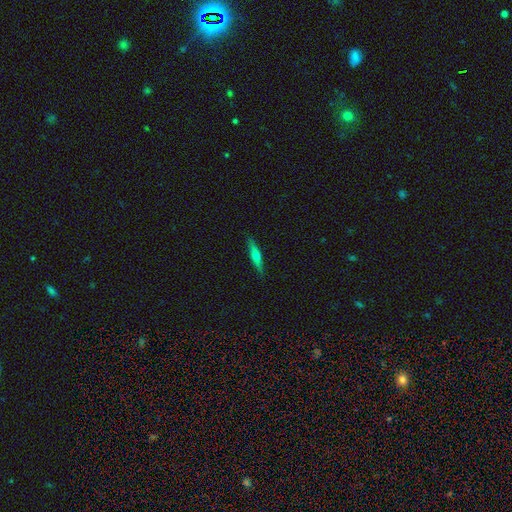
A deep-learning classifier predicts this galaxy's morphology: Smooth or featured? Predicted: featured or disk (p=0.55). Edge-on disk? Predicted: yes (p=0.96). Edge-on bulge? Predicted: rounded (p=0.87). Merging? Predicted: none (p=0.89).